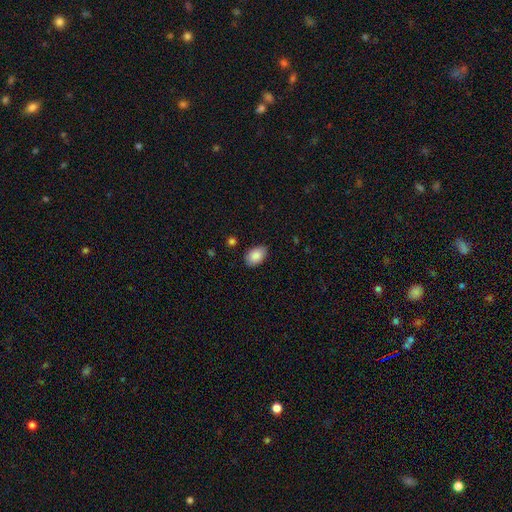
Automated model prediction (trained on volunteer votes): smooth-or-featured: smooth: 87% | star or artifact: 7% | featured or disk: 6%
  how-rounded: in between: 87% | round: 12% | cigar-shaped: 1%
  merging: none: 81% | minor disturbance: 15% | major disturbance: 2% | merger: 1%